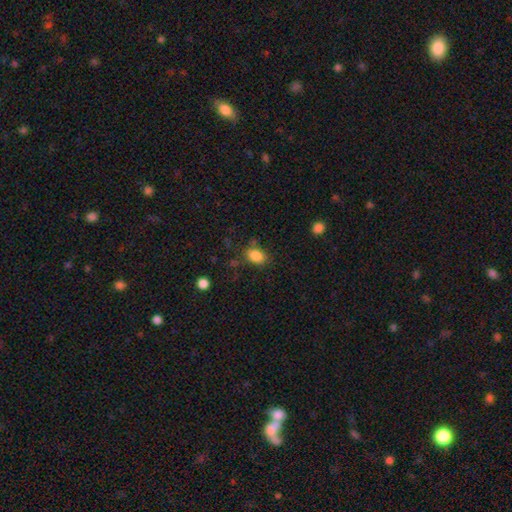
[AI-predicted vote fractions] Overall: smooth (85%). How rounded: in between (76%). Merging: none (73%).